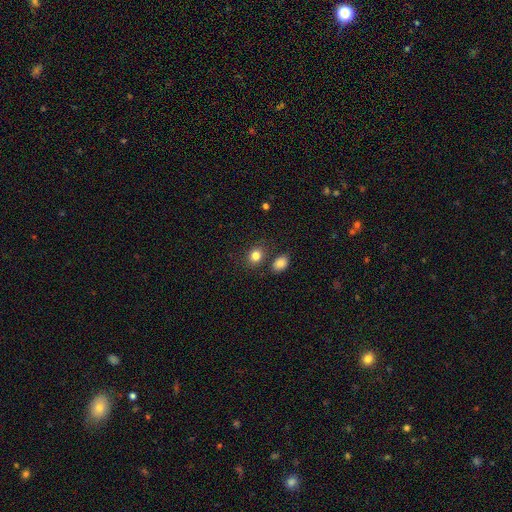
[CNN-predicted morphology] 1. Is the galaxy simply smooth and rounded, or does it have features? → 83% smooth, 11% star or artifact, 6% featured or disk.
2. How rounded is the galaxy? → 56% round, 43% in between, 1% cigar-shaped.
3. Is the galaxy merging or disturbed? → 75% none, 11% minor disturbance, 11% merger, 3% major disturbance.